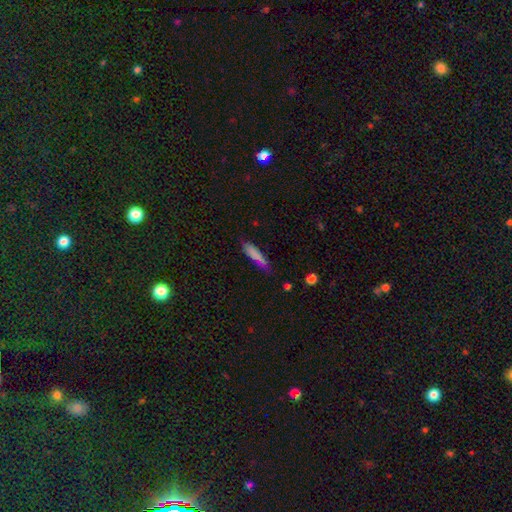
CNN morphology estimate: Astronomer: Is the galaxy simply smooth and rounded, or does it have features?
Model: smooth — 78%.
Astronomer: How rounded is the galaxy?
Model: cigar-shaped — 79%.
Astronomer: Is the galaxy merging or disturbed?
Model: none — 61%.